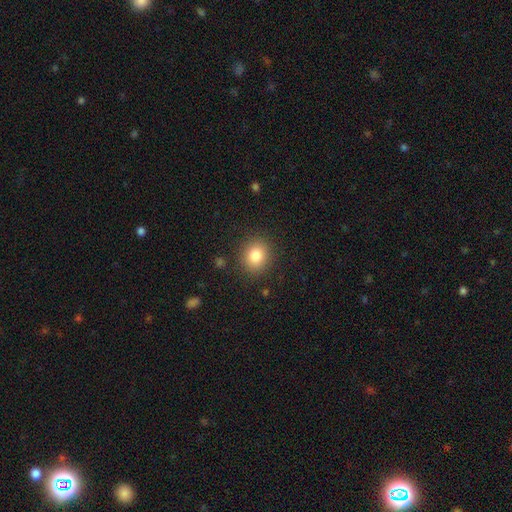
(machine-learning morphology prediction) Smooth or featured: smooth — 82% (star or artifact — 10%)
How rounded: round — 79% (in between — 21%)
Merging: none — 88% (minor disturbance — 8%)